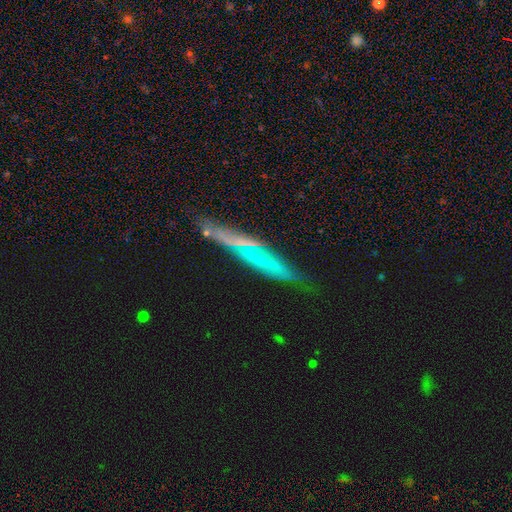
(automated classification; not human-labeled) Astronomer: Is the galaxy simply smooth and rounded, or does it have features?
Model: featured or disk — 58%.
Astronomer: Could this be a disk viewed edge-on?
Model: yes — 79%.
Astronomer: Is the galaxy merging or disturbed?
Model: none — 68%.